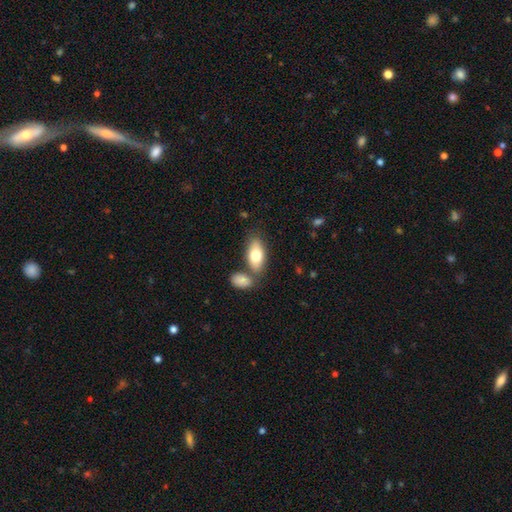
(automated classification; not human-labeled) A smooth galaxy with no disk features (77%) that is in between round and cigar-shaped (90%).

Vote fractions:
- Smooth or featured? smooth: 77% / featured or disk: 17% / star or artifact: 6%
- How rounded? in between: 90% / cigar-shaped: 7% / round: 4%
- Merging? none: 61% / merger: 24% / minor disturbance: 12% / major disturbance: 4%